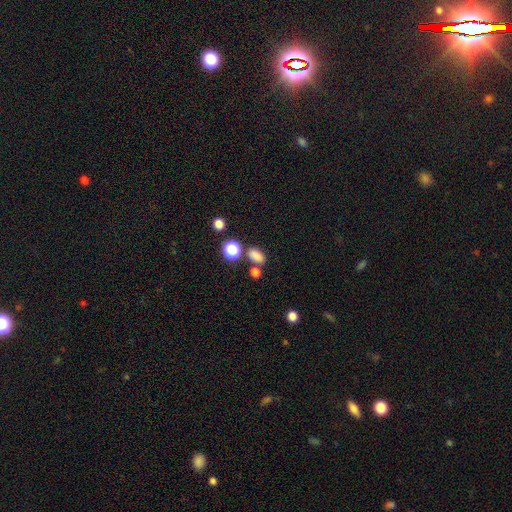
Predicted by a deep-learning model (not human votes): This is clearly a smooth galaxy (80%). How rounded: clearly in between (80%). Merging: likely none (72%).